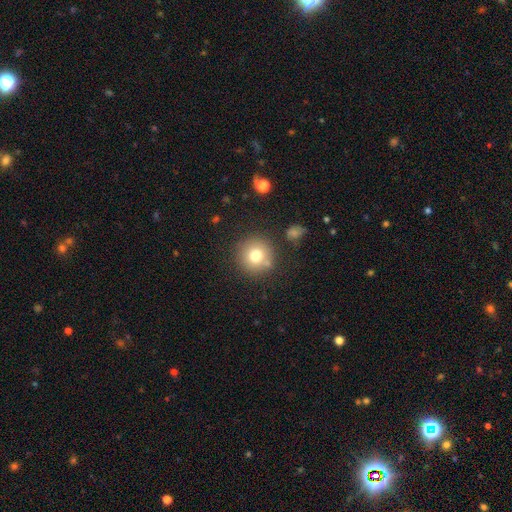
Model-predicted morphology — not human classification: Smooth or featured? smooth (75%)
How rounded? round (95%)
Merging? none (82%)